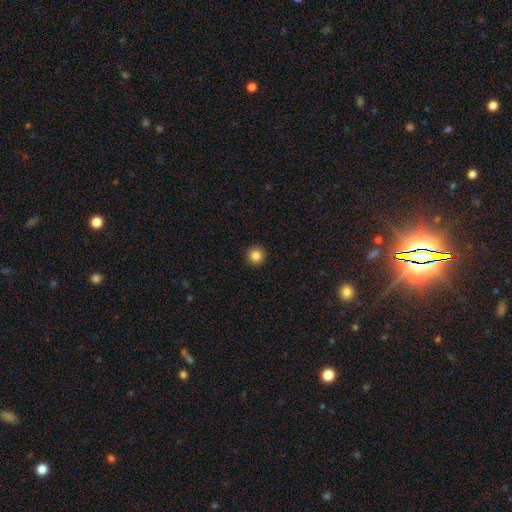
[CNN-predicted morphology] A smooth galaxy with no disk features (85%) that is round (96%).

Vote fractions:
- Smooth or featured? smooth: 85% / star or artifact: 11% / featured or disk: 4%
- How rounded? round: 96% / in between: 3% / cigar-shaped: 1%
- Merging? none: 93% / minor disturbance: 4% / major disturbance: 1% / merger: 1%